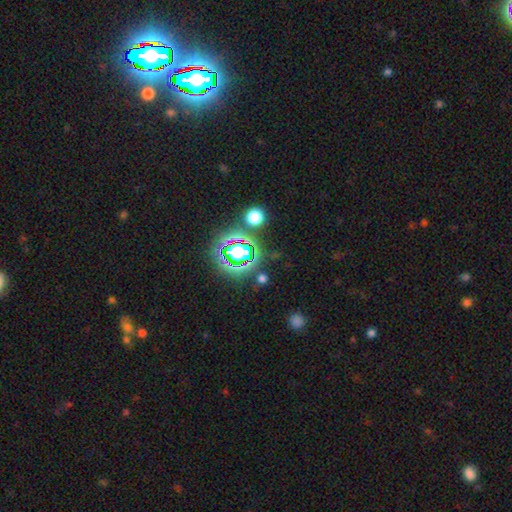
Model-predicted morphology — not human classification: Overall: star or artifact (78%).